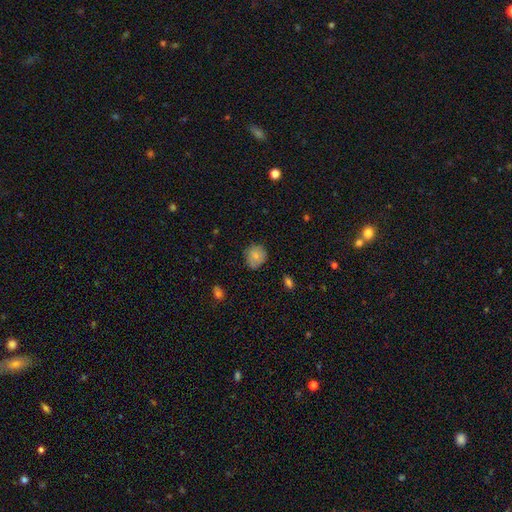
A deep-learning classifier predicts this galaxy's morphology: smooth 78%, featured or disk 14%, star or artifact 9%. Down the decision tree: how rounded — round (81%); merging — none (74%).